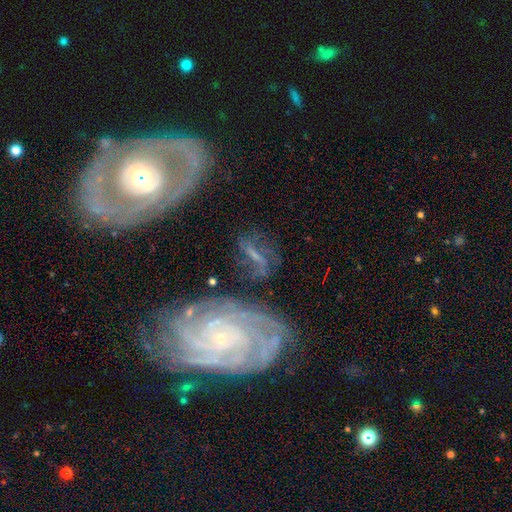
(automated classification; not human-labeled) Smooth or featured? Predicted: featured or disk (p=0.73). Edge-on disk? Predicted: no (p=0.93). Bar? Predicted: weak (p=0.35). Spiral arms? Predicted: yes (p=0.90). Spiral winding? Predicted: tight (p=0.46). Spiral arm count? Predicted: 2 (p=0.41). Bulge size? Predicted: small (p=0.65). Merging? Predicted: none (p=0.56).